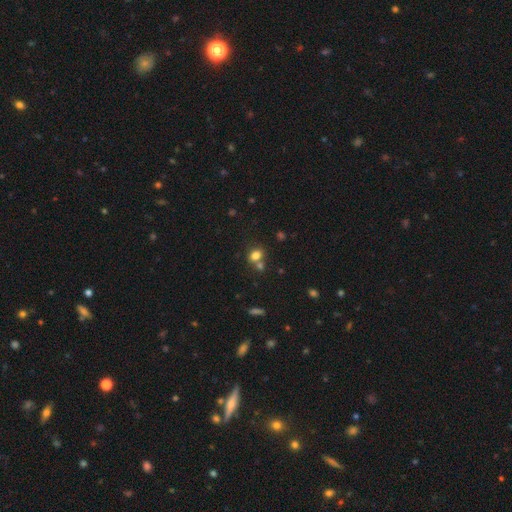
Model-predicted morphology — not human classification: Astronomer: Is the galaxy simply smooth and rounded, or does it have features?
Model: smooth — 78%.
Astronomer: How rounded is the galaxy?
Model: in between — 59% (runner-up: round, 39%).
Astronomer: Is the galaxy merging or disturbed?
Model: none — 52% (runner-up: merger, 32%).